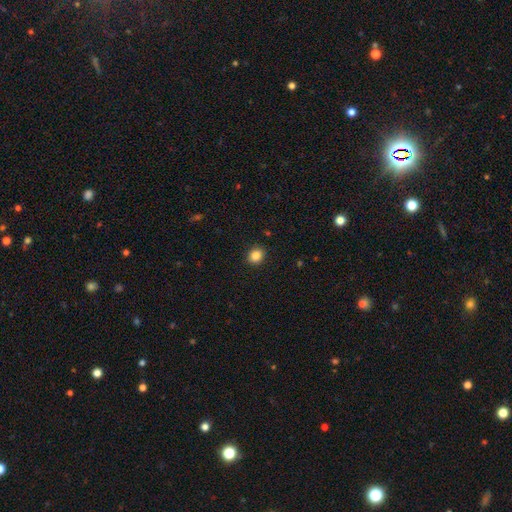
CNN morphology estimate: Smooth or featured?
  - smooth: 86% *
  - star or artifact: 10%
  - featured or disk: 4%
How rounded?
  - round: 67% *
  - in between: 32%
  - cigar-shaped: 1%
Merging?
  - none: 91% *
  - minor disturbance: 6%
  - major disturbance: 2%
  - merger: 1%